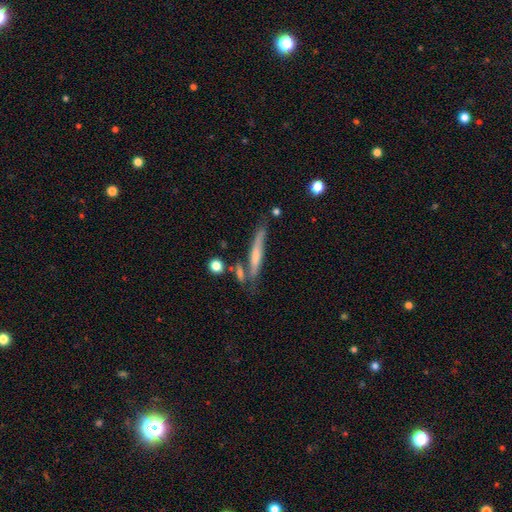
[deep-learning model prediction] A featured or disk galaxy (54%) viewed edge-on (89%).

Vote fractions:
- Smooth or featured? featured or disk: 54% / smooth: 39% / star or artifact: 7%
- Edge-on disk? yes: 89% / no: 11%
- Merging? none: 65% / minor disturbance: 19% / merger: 11% / major disturbance: 6%